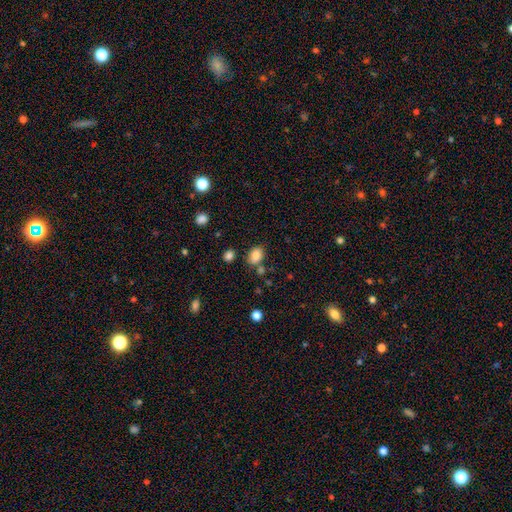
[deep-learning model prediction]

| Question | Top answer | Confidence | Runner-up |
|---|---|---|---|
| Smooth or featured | smooth | 84% | star or artifact (10%) |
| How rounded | in between | 68% | round (31%) |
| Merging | none | 72% | minor disturbance (14%) |